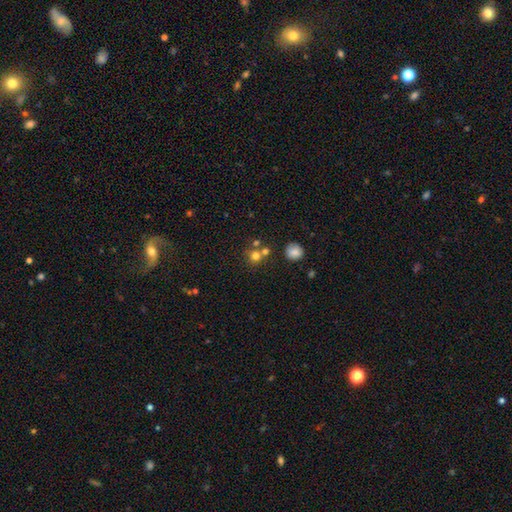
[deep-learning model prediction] This appears to be a smooth galaxy with no disk features (73%) that is round (88%). Merging: none (56%).